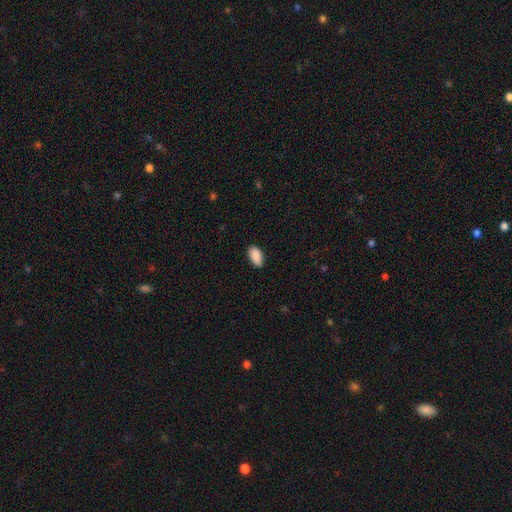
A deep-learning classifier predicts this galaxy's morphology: Smooth or featured: smooth — 90% (star or artifact — 7%)
How rounded: in between — 94% (round — 3%)
Merging: none — 84% (minor disturbance — 13%)